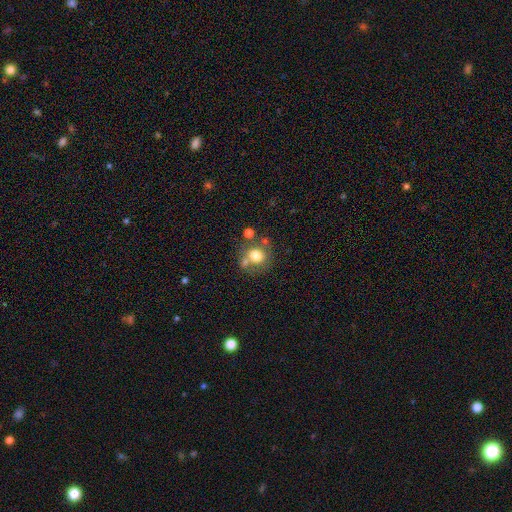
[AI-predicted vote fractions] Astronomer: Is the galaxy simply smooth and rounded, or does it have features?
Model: smooth — 70%.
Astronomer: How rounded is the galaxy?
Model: round — 83%.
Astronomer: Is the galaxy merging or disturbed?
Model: none — 59%.